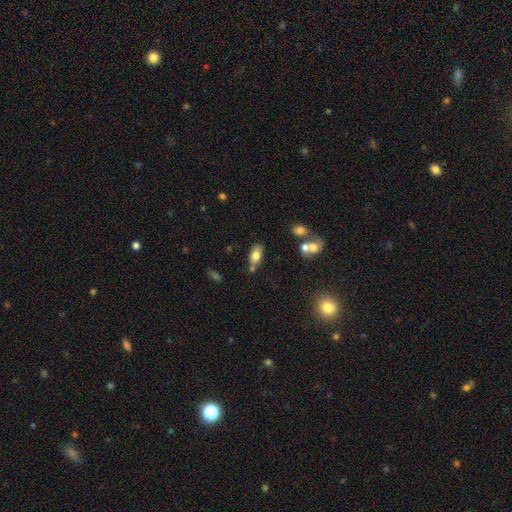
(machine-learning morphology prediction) type=smooth (75%); roundness=in between (89%); merging=none (67%).